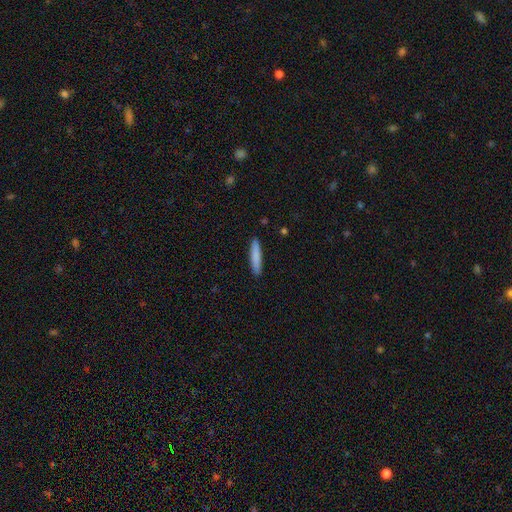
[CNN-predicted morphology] A smooth galaxy with no disk features (83%) that is cigar-shaped (90%).

Vote fractions:
- Smooth or featured? smooth: 83% / featured or disk: 11% / star or artifact: 6%
- How rounded? cigar-shaped: 90% / in between: 9% / round: 1%
- Merging? none: 90% / minor disturbance: 7% / major disturbance: 2% / merger: 1%